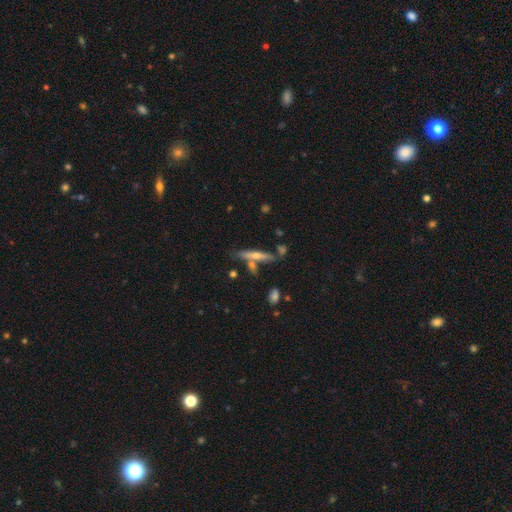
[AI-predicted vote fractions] smooth-or-featured: featured or disk: 60% | smooth: 33% | star or artifact: 7%
  disk-edge-on: yes: 93% | no: 7%
    edge-on-bulge: rounded: 80% | none: 16% | boxy: 4%
  merging: none: 71% | minor disturbance: 13% | merger: 13% | major disturbance: 3%